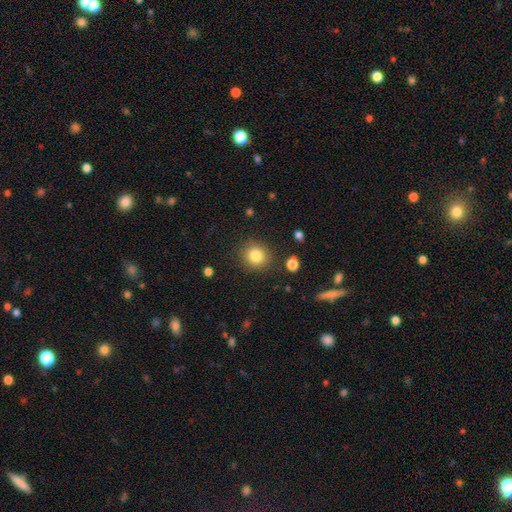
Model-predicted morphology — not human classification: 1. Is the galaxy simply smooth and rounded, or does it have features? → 83% smooth, 11% star or artifact, 6% featured or disk.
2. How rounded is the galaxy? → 87% round, 12% in between, 1% cigar-shaped.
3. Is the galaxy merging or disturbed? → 87% none, 8% minor disturbance, 3% major disturbance, 2% merger.